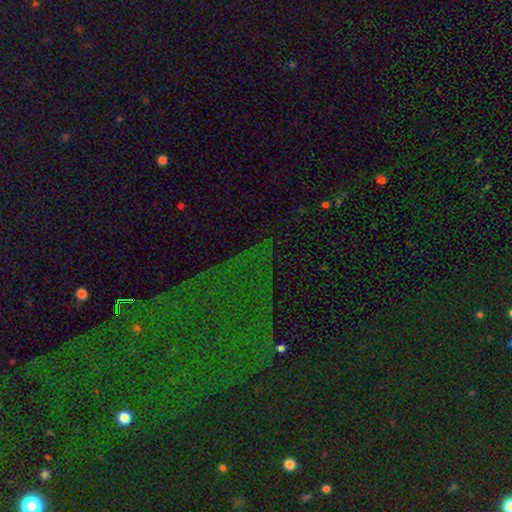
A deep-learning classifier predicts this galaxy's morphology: Smooth or featured? Predicted: star or artifact (p=0.80).